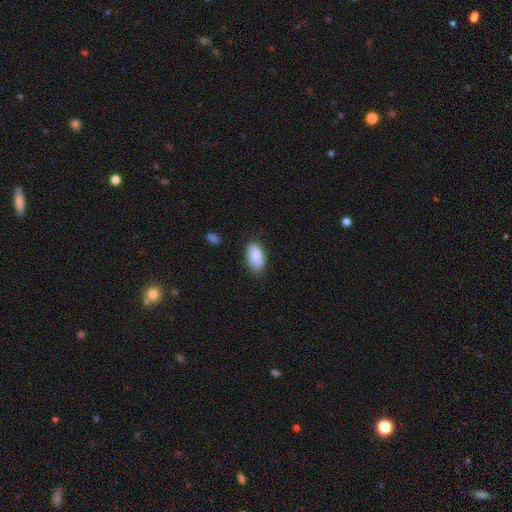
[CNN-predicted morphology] A smooth galaxy with no disk features (89%) that is in between round and cigar-shaped (95%).

Vote fractions:
- Smooth or featured? smooth: 89% / star or artifact: 6% / featured or disk: 5%
- How rounded? in between: 95% / round: 3% / cigar-shaped: 2%
- Merging? none: 78% / minor disturbance: 17% / major disturbance: 3% / merger: 1%